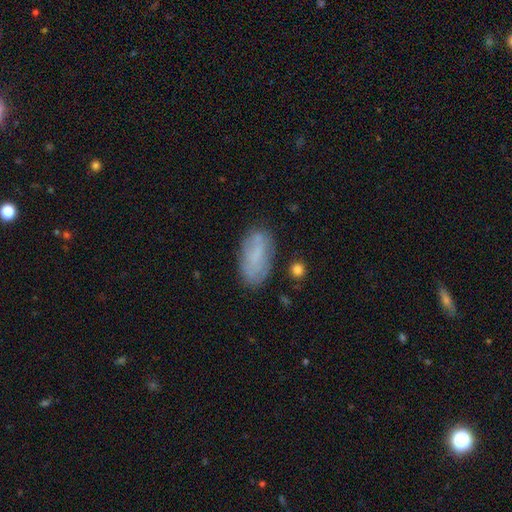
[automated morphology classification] This appears to be a smooth galaxy with no disk features (65%) that is in between round and cigar-shaped (91%). Merging: none (69%).